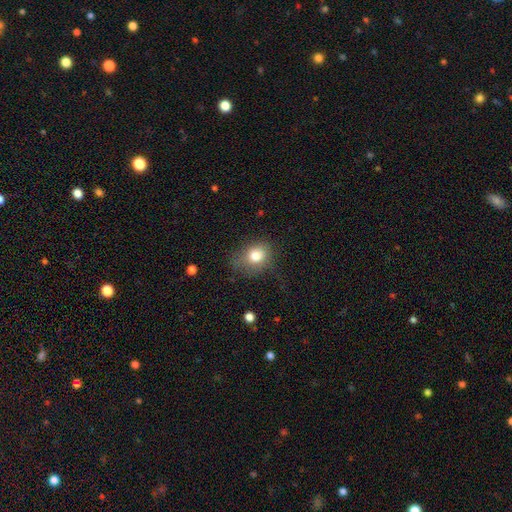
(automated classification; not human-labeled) Smooth or featured?
  - smooth: 78% *
  - featured or disk: 11%
  - star or artifact: 11%
How rounded?
  - round: 52% *
  - in between: 47%
  - cigar-shaped: 1%
Merging?
  - none: 55% *
  - minor disturbance: 27%
  - major disturbance: 15%
  - merger: 2%